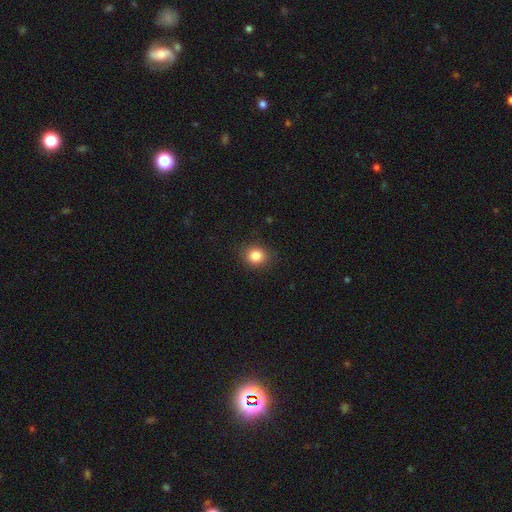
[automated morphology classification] Overall: smooth (84%). How rounded: round (75%). Merging: none (89%).